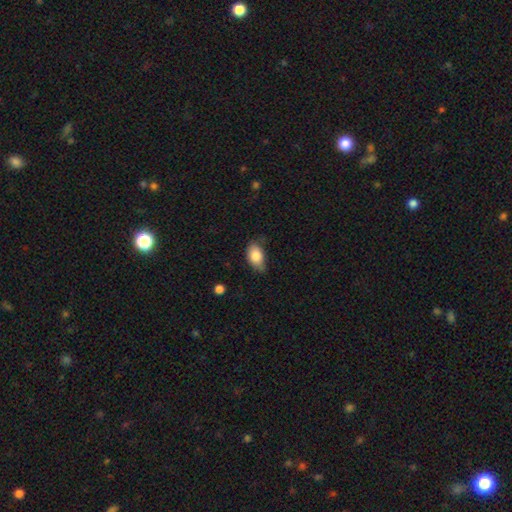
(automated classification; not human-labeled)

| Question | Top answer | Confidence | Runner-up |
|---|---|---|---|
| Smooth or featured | smooth | 83% | featured or disk (10%) |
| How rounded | in between | 89% | round (9%) |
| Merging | none | 53% | minor disturbance (37%) |